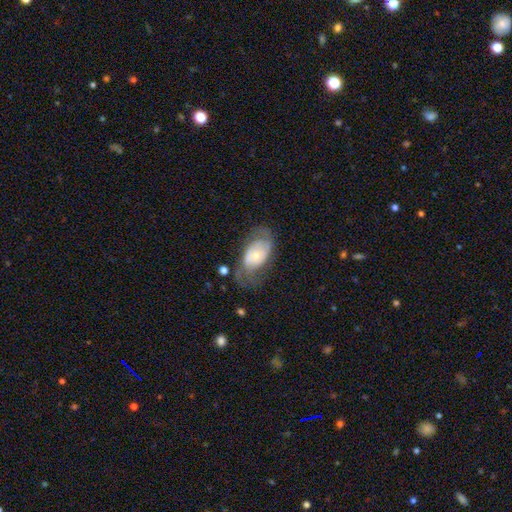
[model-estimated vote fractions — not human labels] This is likely a featured or disk galaxy (62%). It is clearly not viewed edge-on (93%). Bar: likely no (76%). Spiral arm pattern: likely yes (71%). Central bulge: possibly moderate (49%). Merging: possibly none (50%).